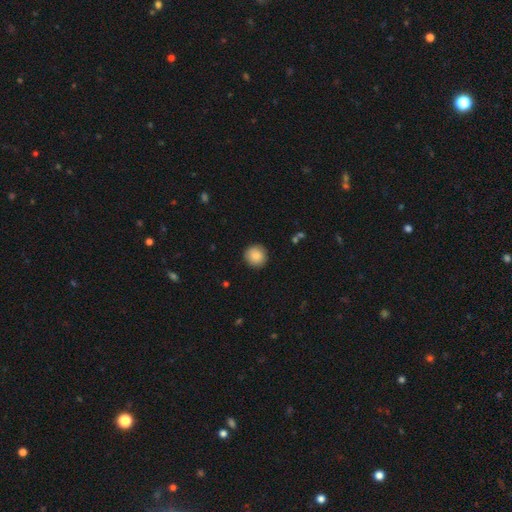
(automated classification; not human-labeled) Smooth or featured: smooth — 88% (star or artifact — 8%)
How rounded: round — 93% (in between — 6%)
Merging: none — 91% (minor disturbance — 6%)